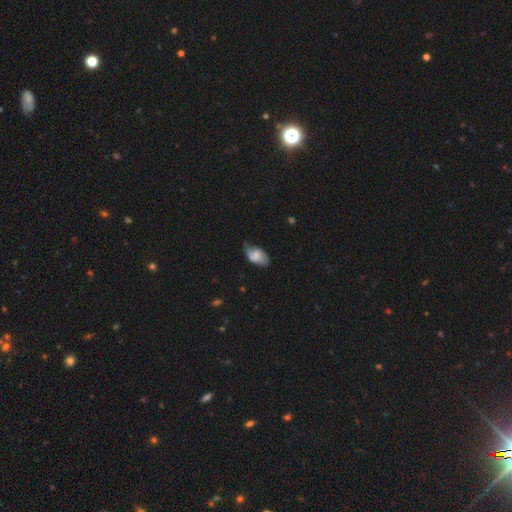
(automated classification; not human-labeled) smooth-or-featured: smooth: 48% | featured or disk: 45% | star or artifact: 7%
  merging: none: 52% | minor disturbance: 35% | major disturbance: 11% | merger: 2%